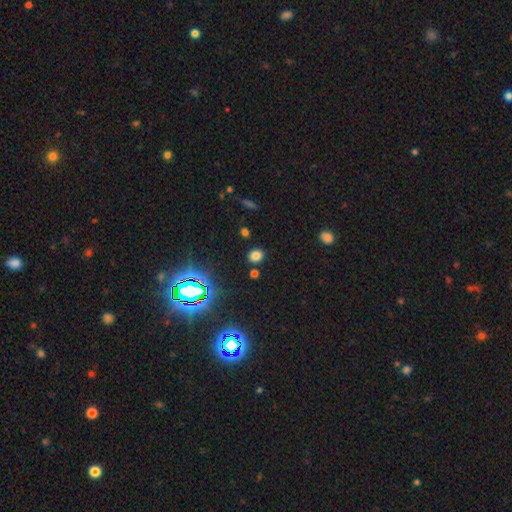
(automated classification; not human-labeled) Q: Smooth or featured?
A: smooth (71%); runner-up: star or artifact (23%)
Q: How rounded?
A: round (66%); runner-up: in between (32%)
Q: Merging?
A: none (85%); runner-up: minor disturbance (8%)